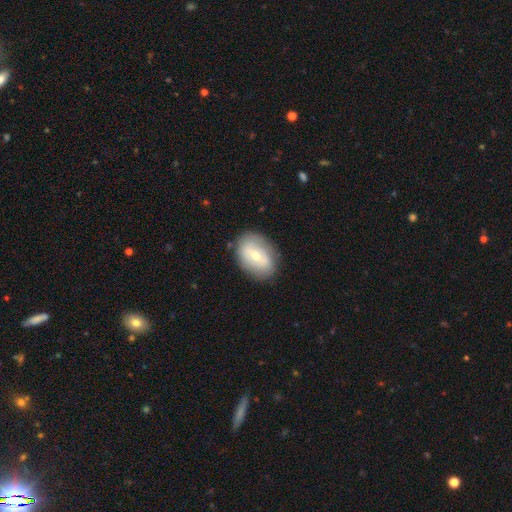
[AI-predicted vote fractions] This appears to be a smooth galaxy with no disk features (48%). Merging: none (81%).